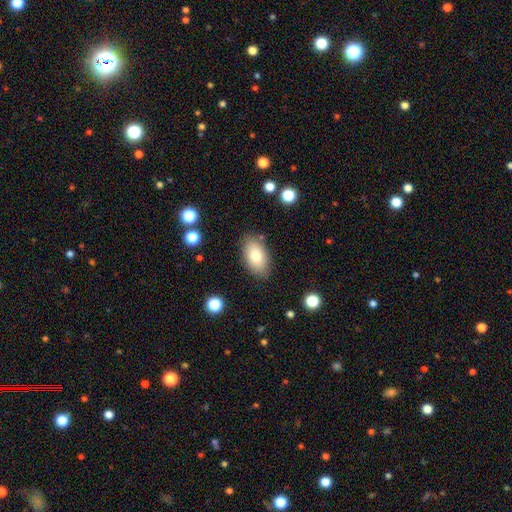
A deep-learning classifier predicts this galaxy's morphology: smooth 78%, featured or disk 15%, star or artifact 8%. Down the decision tree: how rounded — in between (92%); merging — none (83%).